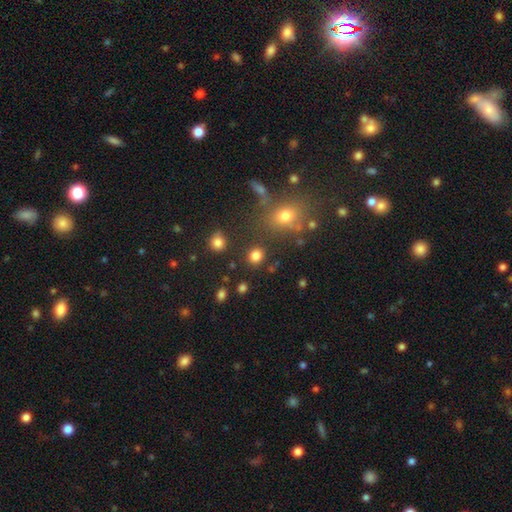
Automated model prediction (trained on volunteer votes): smooth 81%, star or artifact 14%, featured or disk 5%. Down the decision tree: how rounded — round (78%); merging — none (84%).